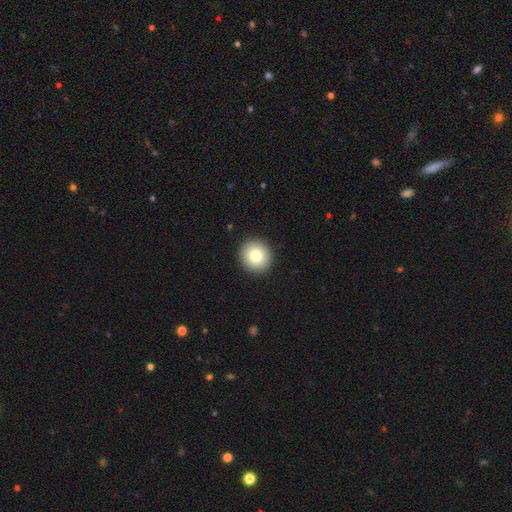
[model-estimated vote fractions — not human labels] The model was most divided on "smooth or featured": smooth: 81%, featured or disk: 9%, star or artifact: 9%. More confident: merging — none (92%); how rounded — round (91%).